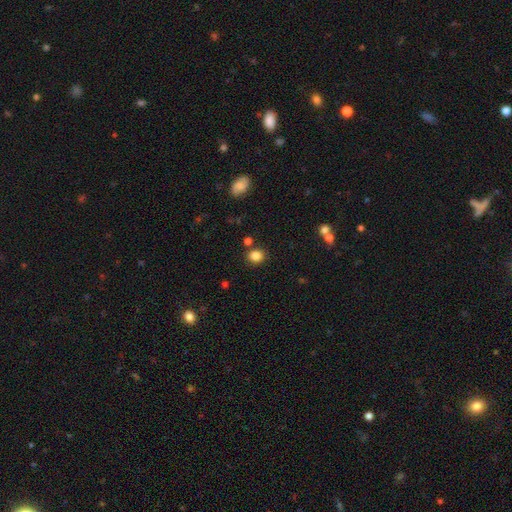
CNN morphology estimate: This appears to be a smooth galaxy with no disk features (84%) that is round (71%). Merging: none (82%).